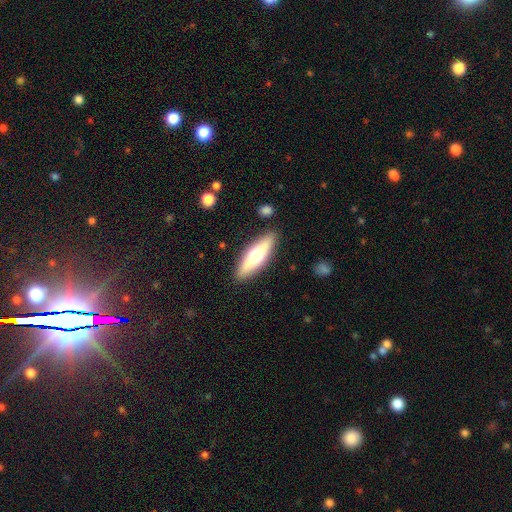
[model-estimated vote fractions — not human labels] Q: Smooth or featured?
A: smooth (56%); runner-up: featured or disk (38%)
Q: How rounded?
A: cigar-shaped (52%); runner-up: in between (46%)
Q: Merging?
A: none (87%); runner-up: minor disturbance (9%)